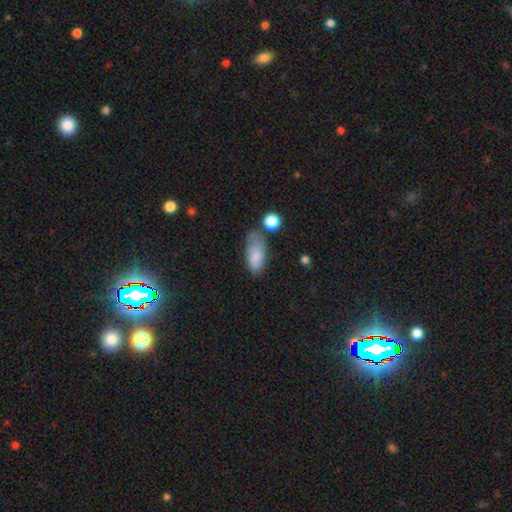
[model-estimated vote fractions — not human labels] smooth-or-featured: smooth: 81% | featured or disk: 11% | star or artifact: 8%
  how-rounded: in between: 88% | cigar-shaped: 9% | round: 3%
  merging: none: 50% | minor disturbance: 32% | major disturbance: 12% | merger: 7%